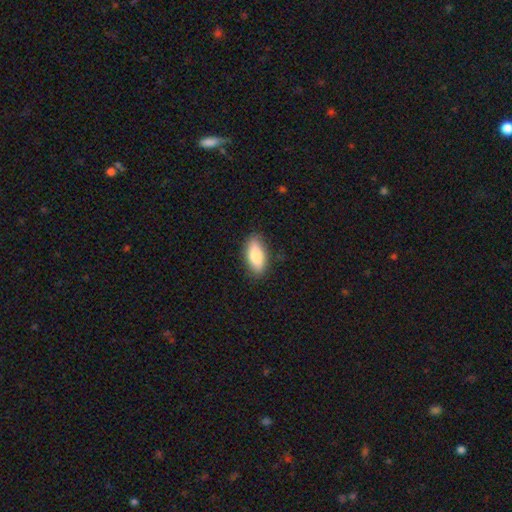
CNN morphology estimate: A smooth galaxy with no disk features (80%) that is in between round and cigar-shaped (83%).

Vote fractions:
- Smooth or featured? smooth: 80% / featured or disk: 14% / star or artifact: 6%
- How rounded? in between: 83% / cigar-shaped: 15% / round: 3%
- Merging? none: 86% / minor disturbance: 11% / major disturbance: 2% / merger: 1%